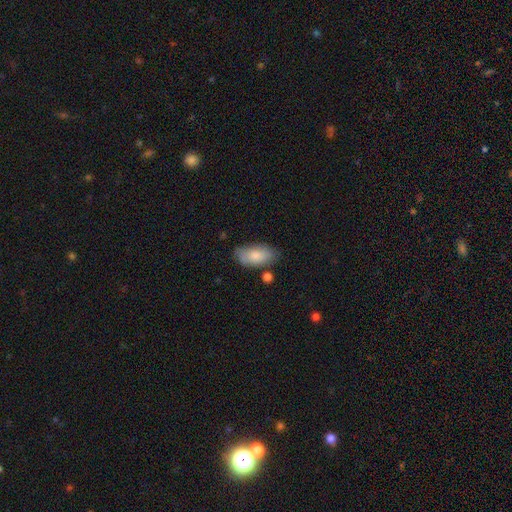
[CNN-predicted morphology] A smooth galaxy with no disk features (81%) that is in between round and cigar-shaped (92%). Merging: none (69%).